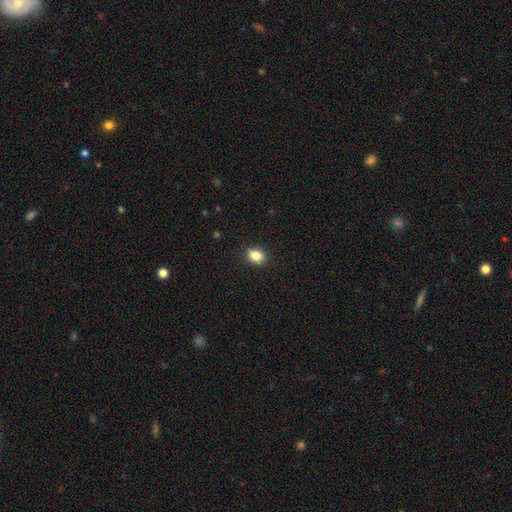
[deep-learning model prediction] smooth-or-featured: smooth: 86% | star or artifact: 10% | featured or disk: 4%
  how-rounded: in between: 58% | round: 41% | cigar-shaped: 1%
  merging: none: 90% | minor disturbance: 7% | major disturbance: 2% | merger: 1%